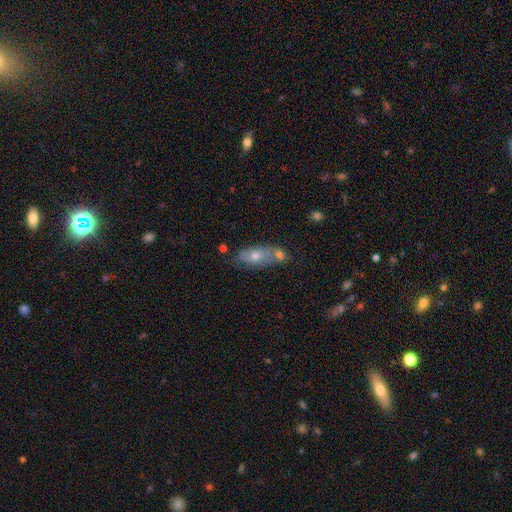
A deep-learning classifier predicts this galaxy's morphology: A smooth galaxy with no disk features (54%) that is in between round and cigar-shaped (75%).

Vote fractions:
- Smooth or featured? smooth: 54% / featured or disk: 35% / star or artifact: 11%
- How rounded? in between: 75% / cigar-shaped: 17% / round: 8%
- Merging? none: 53% / merger: 26% / minor disturbance: 16% / major disturbance: 5%